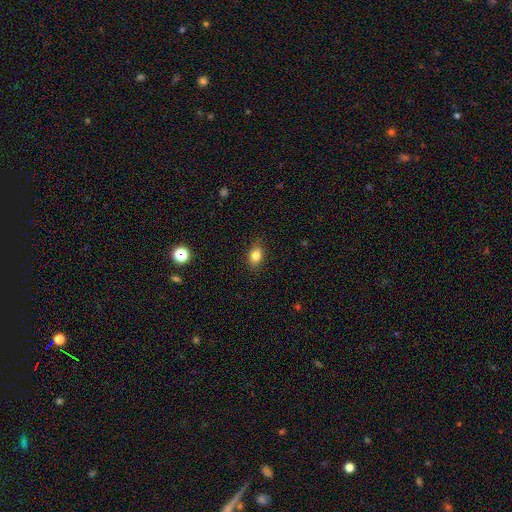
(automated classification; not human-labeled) smooth_or_featured: smooth (p=0.82) [alt: star or artifact p=0.11]
how_rounded: in between (p=0.67) [alt: round p=0.31]
merging: none (p=0.83) [alt: minor disturbance p=0.13]